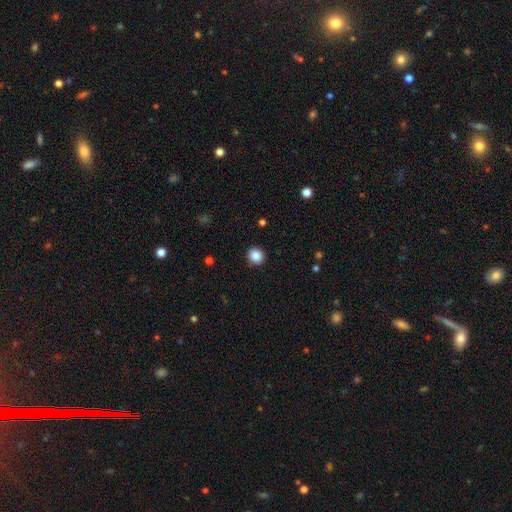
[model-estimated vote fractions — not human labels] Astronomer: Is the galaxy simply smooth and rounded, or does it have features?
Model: smooth — 85%.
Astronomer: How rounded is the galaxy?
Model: round — 83%.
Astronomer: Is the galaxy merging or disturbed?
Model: none — 90%.